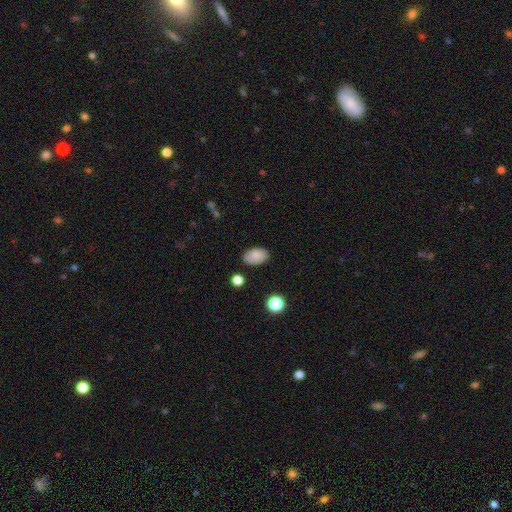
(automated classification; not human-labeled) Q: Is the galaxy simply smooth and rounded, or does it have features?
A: smooth — 86%.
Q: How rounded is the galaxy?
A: in between — 92%.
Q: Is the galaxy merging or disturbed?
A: none — 84%.